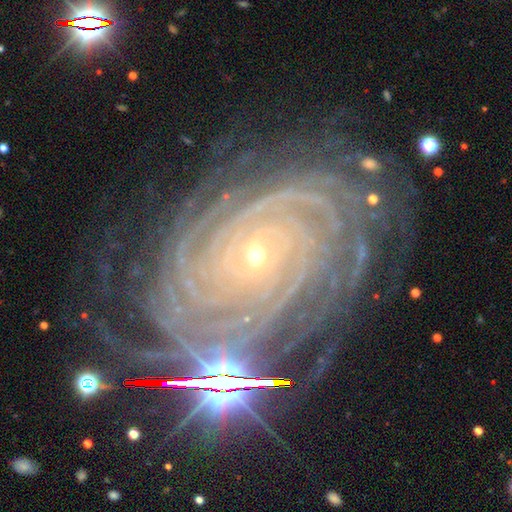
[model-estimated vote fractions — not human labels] Smooth or featured? featured or disk (88%)
Edge-on disk? no (97%)
Bar? no (76%)
Spiral arms? yes (98%)
Spiral winding? tight (84%)
Spiral arm count? 4 (23%, tied with more than 4)
Bulge size? small (85%)
Merging? none (73%)